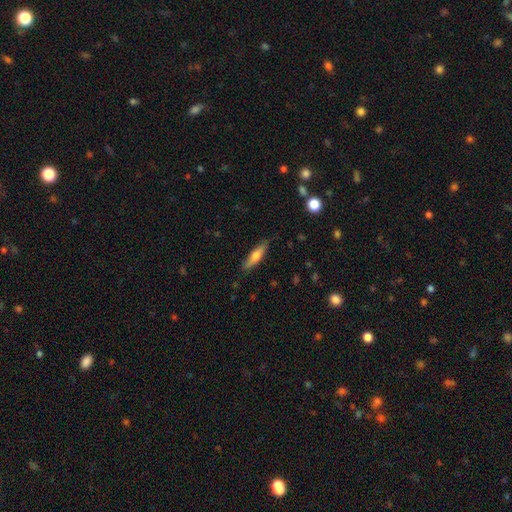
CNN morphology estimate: This is likely a smooth galaxy (61%). How rounded: likely cigar-shaped (74%). Merging: clearly none (84%).